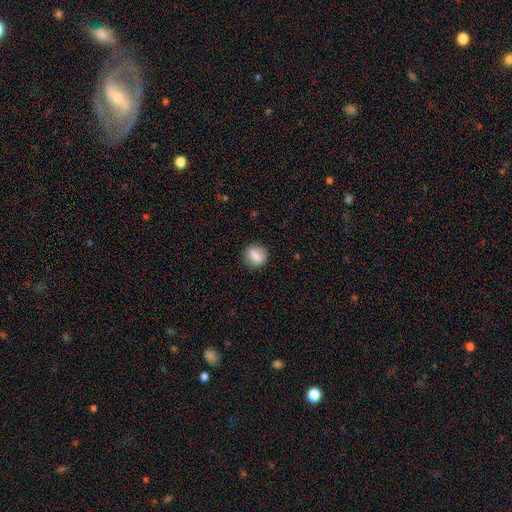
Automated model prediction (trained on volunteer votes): smooth_or_featured: smooth (p=0.85) [alt: star or artifact p=0.08]
how_rounded: round (p=0.85) [alt: in between p=0.14]
merging: none (p=0.87) [alt: minor disturbance p=0.09]